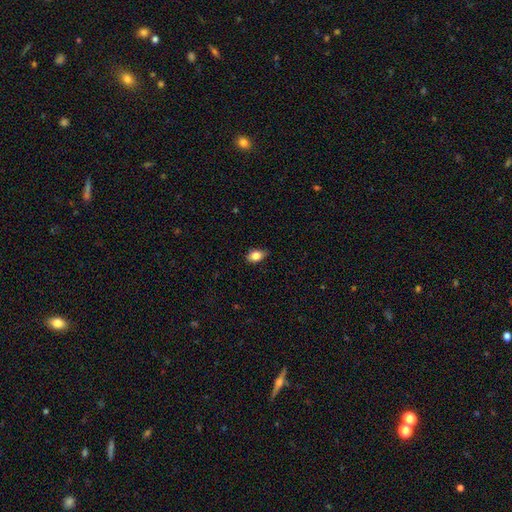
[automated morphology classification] smooth_or_featured: smooth (p=0.84) [alt: star or artifact p=0.08]
how_rounded: in between (p=0.83) [alt: round p=0.15]
merging: none (p=0.79) [alt: minor disturbance p=0.18]